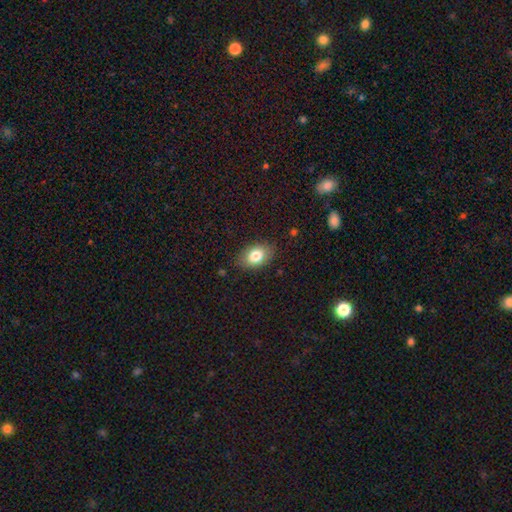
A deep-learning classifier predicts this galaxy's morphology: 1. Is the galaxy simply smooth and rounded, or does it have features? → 81% smooth, 11% featured or disk, 9% star or artifact.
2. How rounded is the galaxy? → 82% in between, 17% round, 1% cigar-shaped.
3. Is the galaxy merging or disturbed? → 83% none, 13% minor disturbance, 3% major disturbance, 1% merger.